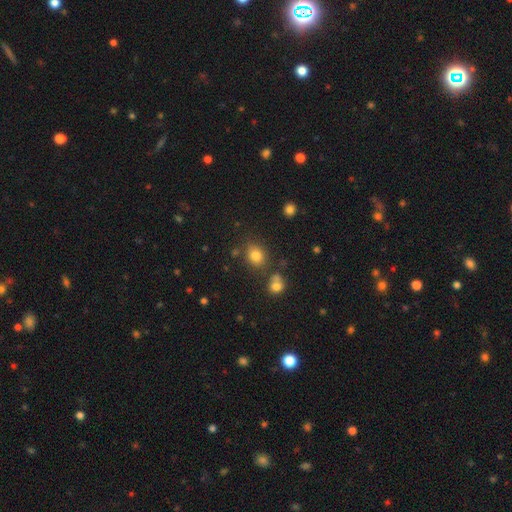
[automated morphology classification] Overall: smooth (80%). How rounded: round (57%; in between 42%). Merging: none (74%).